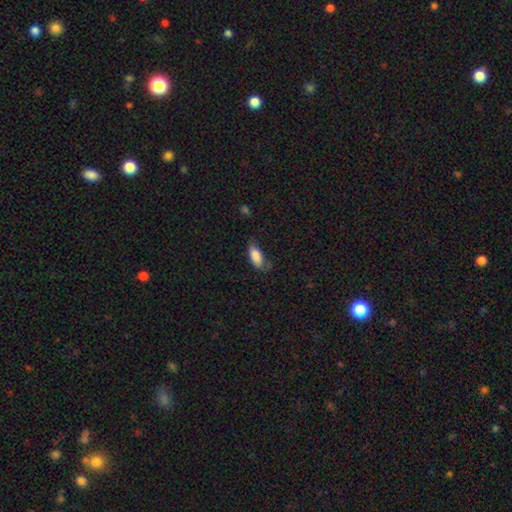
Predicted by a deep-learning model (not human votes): Overall: smooth (86%). How rounded: in between (84%). Merging: none (58%; minor disturbance 31%).